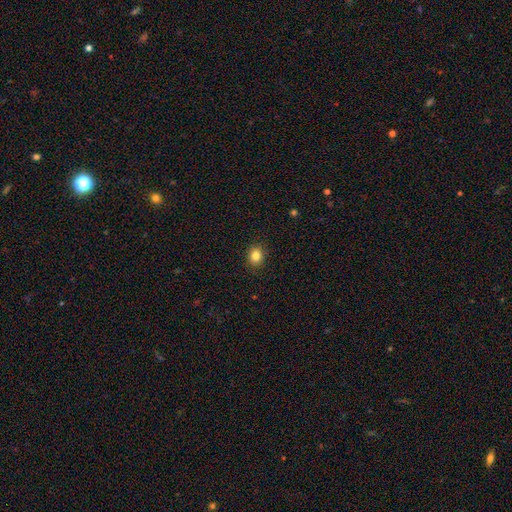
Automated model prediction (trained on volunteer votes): smooth_or_featured: smooth (p=0.84) [alt: star or artifact p=0.11]
how_rounded: round (p=0.66) [alt: in between p=0.33]
merging: none (p=0.91) [alt: minor disturbance p=0.07]